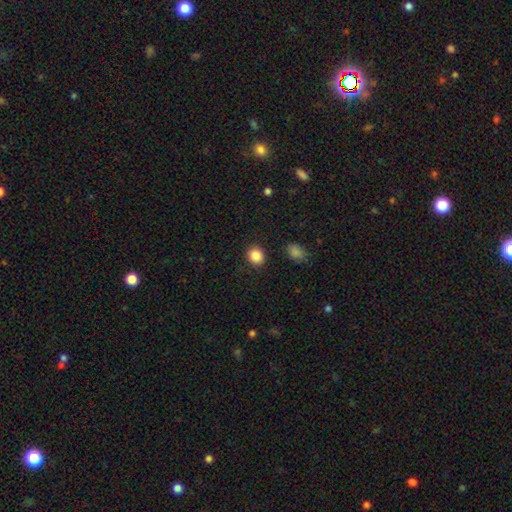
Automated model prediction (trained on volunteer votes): smooth-or-featured: smooth: 87% | star or artifact: 10% | featured or disk: 4%
  how-rounded: round: 68% | in between: 31% | cigar-shaped: 1%
  merging: none: 89% | minor disturbance: 7% | major disturbance: 2% | merger: 2%